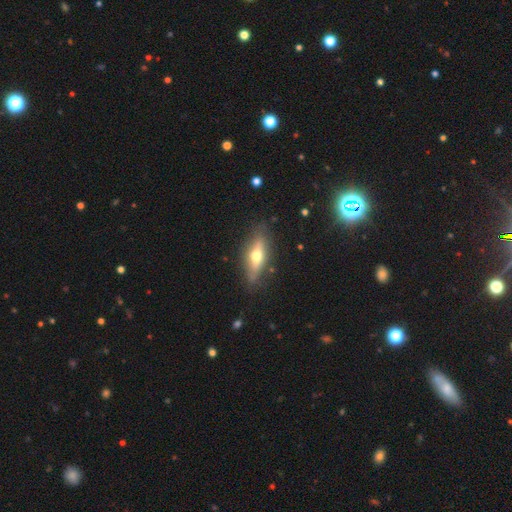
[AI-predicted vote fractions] The model was most divided on "smooth or featured": featured or disk: 49%, smooth: 44%, star or artifact: 7%. More confident: merging — none (82%).